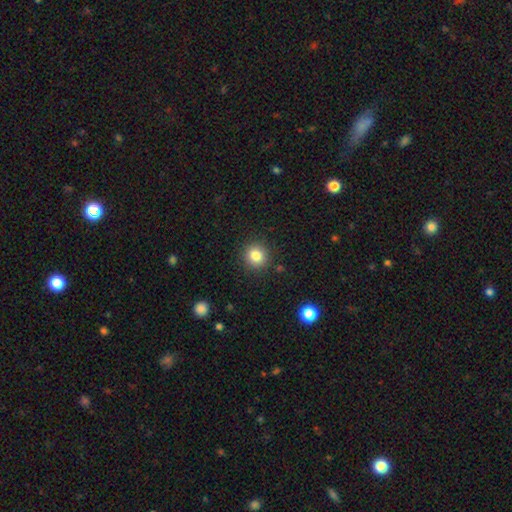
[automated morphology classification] Smooth or featured?
  - smooth: 83% *
  - star or artifact: 11%
  - featured or disk: 6%
How rounded?
  - round: 91% *
  - in between: 9%
  - cigar-shaped: 1%
Merging?
  - none: 89% *
  - minor disturbance: 7%
  - major disturbance: 2%
  - merger: 2%